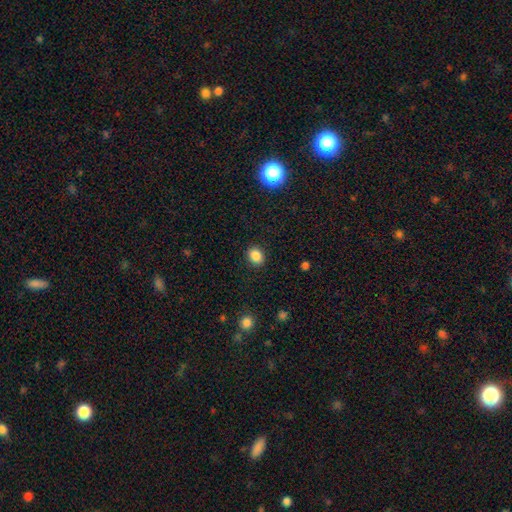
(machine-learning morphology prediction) Q: Smooth or featured?
A: smooth (86%); runner-up: star or artifact (11%)
Q: How rounded?
A: round (59%); runner-up: in between (40%)
Q: Merging?
A: none (89%); runner-up: minor disturbance (7%)